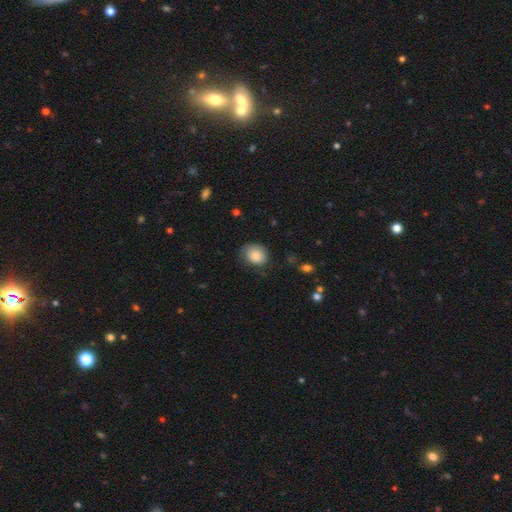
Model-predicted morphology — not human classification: smooth 84%, featured or disk 9%, star or artifact 8%. Down the decision tree: how rounded — round (54%); merging — none (58%).